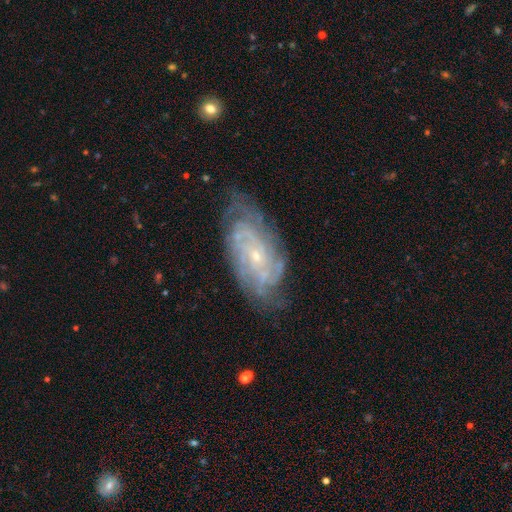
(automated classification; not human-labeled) Smooth or featured? Predicted: featured or disk (p=0.84). Edge-on disk? Predicted: no (p=0.94). Bar? Predicted: no (p=0.71). Spiral arms? Predicted: yes (p=0.95). Spiral winding? Predicted: tight (p=0.68). Spiral arm count? Predicted: can't tell (p=0.38). Bulge size? Predicted: small (p=0.81). Merging? Predicted: none (p=0.70).